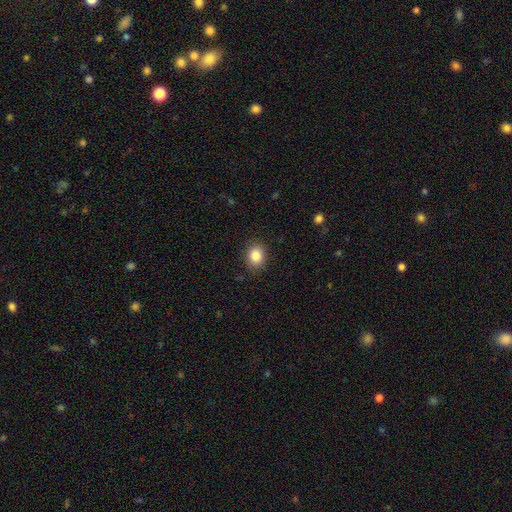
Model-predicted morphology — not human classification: Smooth or featured? smooth (85%)
How rounded? round (56%)
Merging? none (87%)